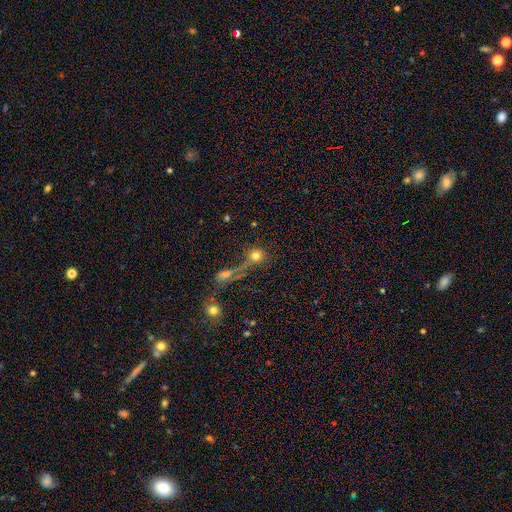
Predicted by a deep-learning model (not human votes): Smooth or featured? smooth (73%)
How rounded? round (86%)
Merging? none (53%)